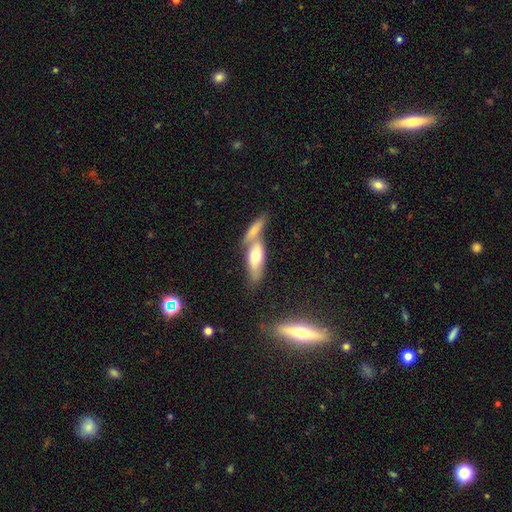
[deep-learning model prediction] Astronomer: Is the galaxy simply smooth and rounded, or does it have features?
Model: smooth — 60%.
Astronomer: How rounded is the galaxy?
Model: in between — 62%.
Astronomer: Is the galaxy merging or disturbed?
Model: merger — 45% (runner-up: none, 38%).